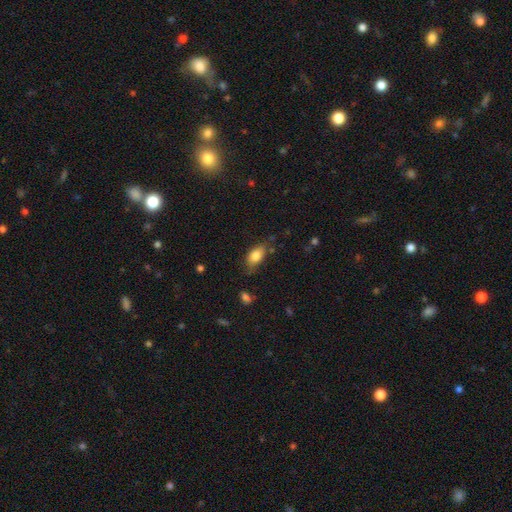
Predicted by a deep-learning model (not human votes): Smooth or featured?
  - smooth: 81% *
  - featured or disk: 12%
  - star or artifact: 8%
How rounded?
  - in between: 87% *
  - round: 7%
  - cigar-shaped: 6%
Merging?
  - none: 67% *
  - minor disturbance: 24%
  - major disturbance: 6%
  - merger: 3%